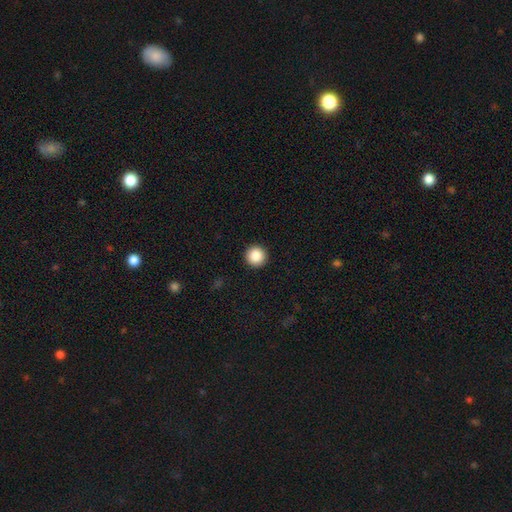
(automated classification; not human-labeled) Smooth or featured: smooth — 88% (star or artifact — 9%)
How rounded: round — 97% (in between — 2%)
Merging: none — 93% (minor disturbance — 4%)